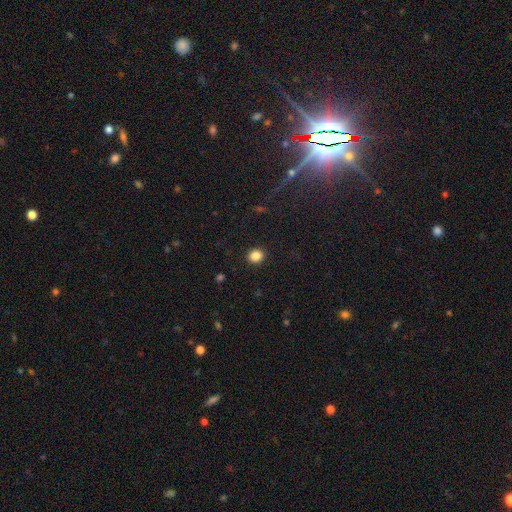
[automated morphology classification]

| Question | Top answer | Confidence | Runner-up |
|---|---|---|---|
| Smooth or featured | smooth | 86% | star or artifact (10%) |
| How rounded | round | 78% | in between (21%) |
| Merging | none | 92% | minor disturbance (5%) |